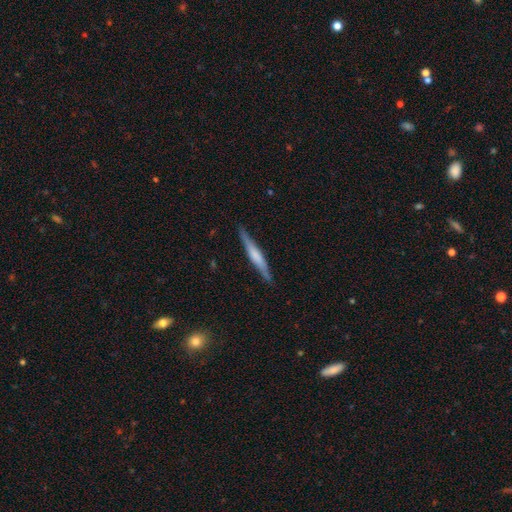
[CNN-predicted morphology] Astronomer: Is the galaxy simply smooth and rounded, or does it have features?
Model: featured or disk — 51% (runner-up: smooth, 44%).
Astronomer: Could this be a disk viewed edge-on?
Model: yes — 96%.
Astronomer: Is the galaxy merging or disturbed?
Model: none — 88%.